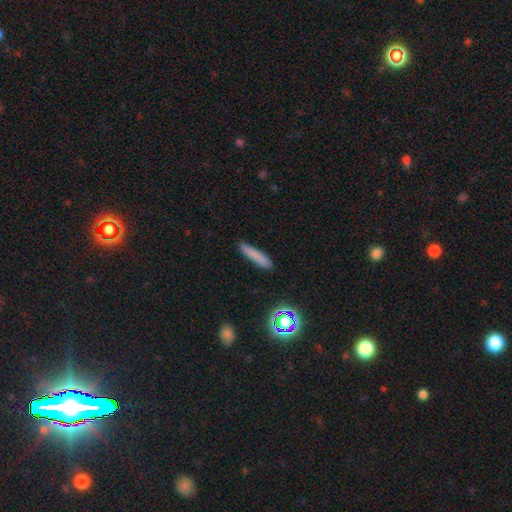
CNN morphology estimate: This is likely a smooth galaxy (78%). How rounded: clearly cigar-shaped (90%). Merging: clearly none (88%).